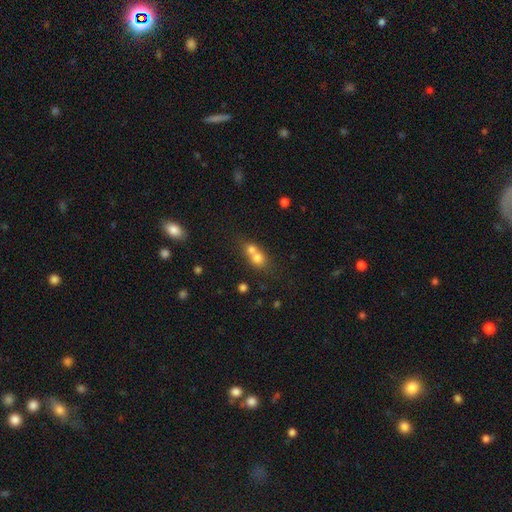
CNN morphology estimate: The model was most divided on "how rounded": round: 68%, in between: 29%, cigar-shaped: 2%. More confident: smooth or featured — smooth (70%); merging — merger (66%).